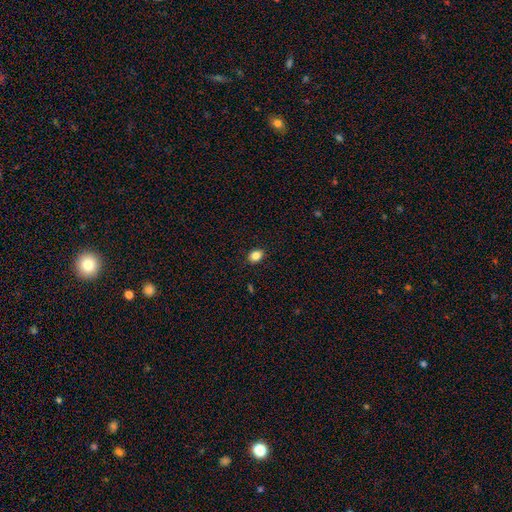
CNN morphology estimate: This is clearly a smooth galaxy (85%). How rounded: likely in between (70%). Merging: clearly none (89%).